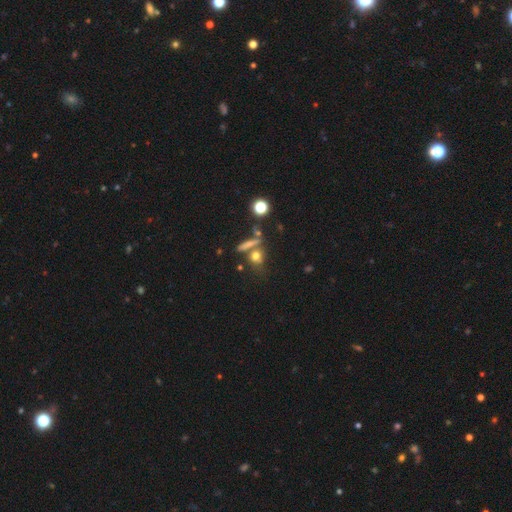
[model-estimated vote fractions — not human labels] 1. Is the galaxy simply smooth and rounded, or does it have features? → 63% smooth, 19% featured or disk, 18% star or artifact.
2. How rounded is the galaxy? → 55% round, 26% in between, 19% cigar-shaped.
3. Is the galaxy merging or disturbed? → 56% none, 26% merger, 12% minor disturbance, 7% major disturbance.